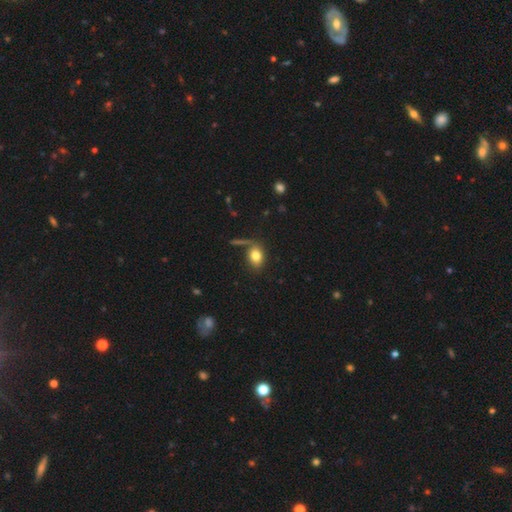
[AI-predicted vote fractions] The model was most divided on "how rounded": in between: 67%, round: 30%, cigar-shaped: 2%. More confident: smooth or featured — smooth (79%); merging — none (66%).